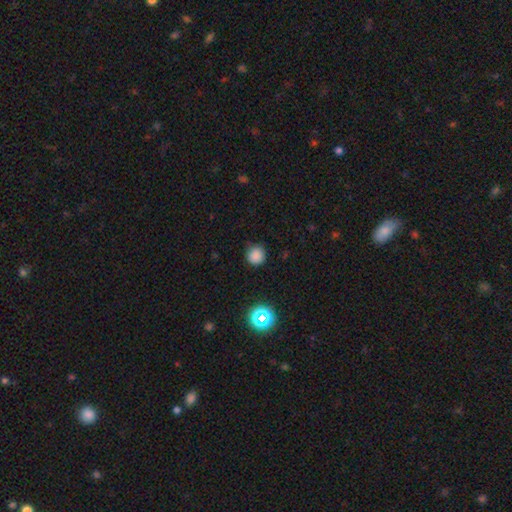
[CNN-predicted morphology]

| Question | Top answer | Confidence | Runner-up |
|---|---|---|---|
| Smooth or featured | smooth | 81% | star or artifact (15%) |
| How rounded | round | 95% | in between (4%) |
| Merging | none | 86% | minor disturbance (10%) |